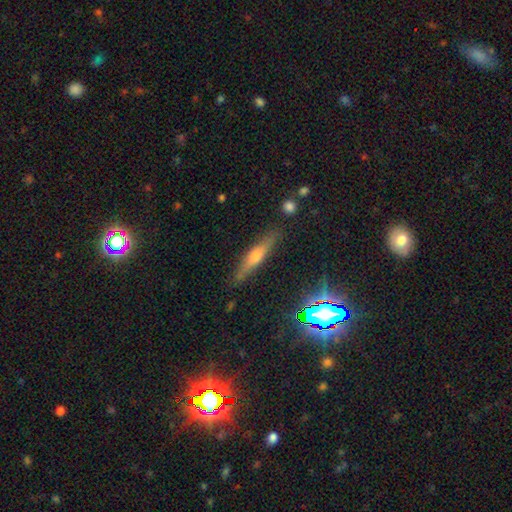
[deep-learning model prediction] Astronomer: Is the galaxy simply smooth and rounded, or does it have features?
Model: featured or disk — 54% (runner-up: smooth, 35%).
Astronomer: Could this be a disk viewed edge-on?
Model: yes — 93%.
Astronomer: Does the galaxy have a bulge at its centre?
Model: rounded — 82%.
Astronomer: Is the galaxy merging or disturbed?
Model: none — 85%.